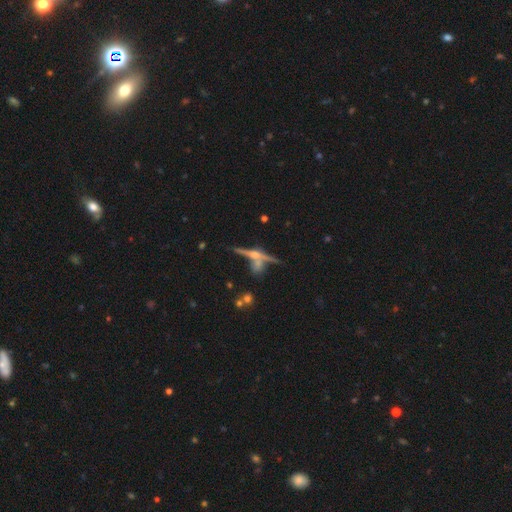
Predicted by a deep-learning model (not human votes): This appears to be a featured or disk galaxy (70%) viewed edge-on (93%) with a rounded central bulge (71%). Merging: none (61%).